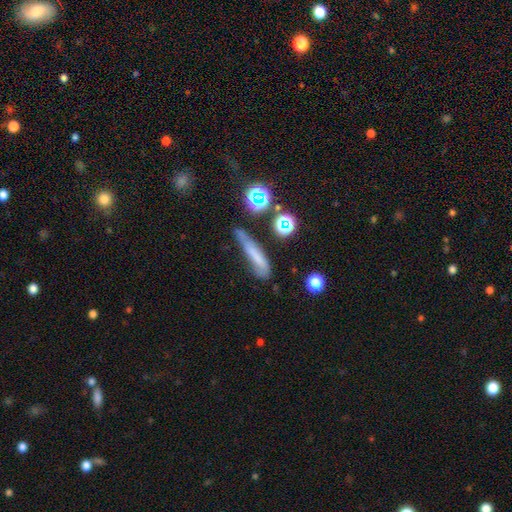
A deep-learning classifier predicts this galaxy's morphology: This appears to be a smooth galaxy with no disk features (54%) that is cigar-shaped (76%). Merging: none (42%).